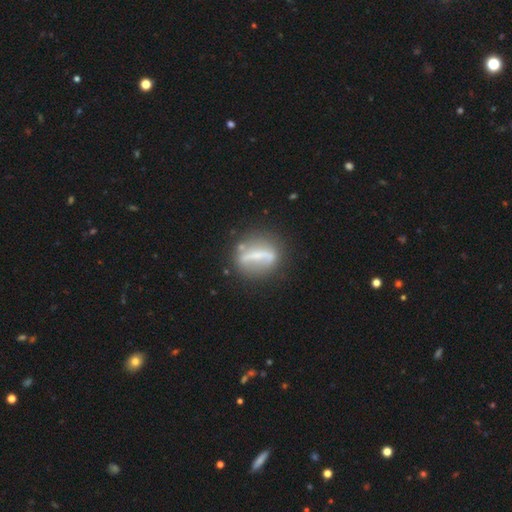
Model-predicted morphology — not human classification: This is likely a featured or disk galaxy (61%). It is likely not viewed edge-on (75%). Merging: likely none (65%).